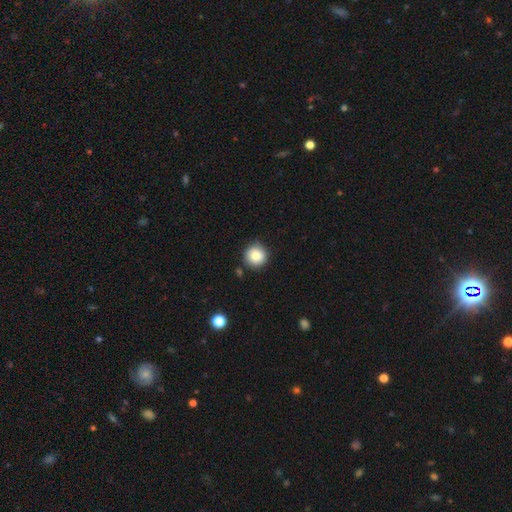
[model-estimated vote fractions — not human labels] Q: Smooth or featured?
A: smooth (81%); runner-up: star or artifact (10%)
Q: How rounded?
A: round (96%); runner-up: in between (3%)
Q: Merging?
A: none (85%); runner-up: minor disturbance (10%)